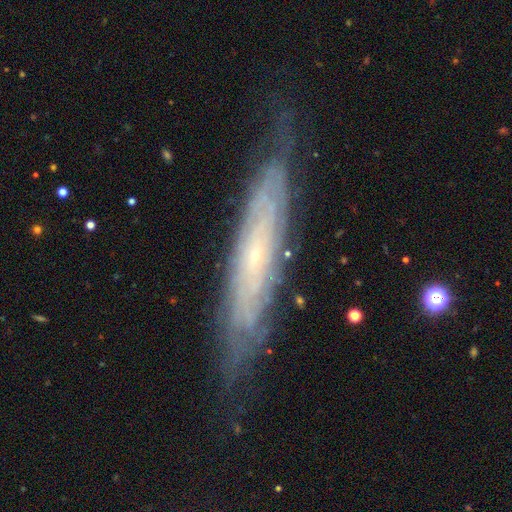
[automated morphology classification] Smooth or featured? Predicted: featured or disk (p=0.76). Edge-on disk? Predicted: no (p=0.59). Merging? Predicted: none (p=0.74).